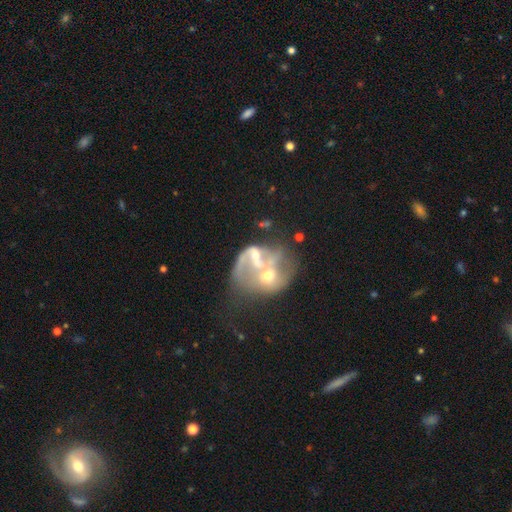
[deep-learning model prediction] This appears to be a featured or disk galaxy (69%) with no bar (64%), spiral arms (57%) and a moderate central bulge (53%). Merging: merger (68%).